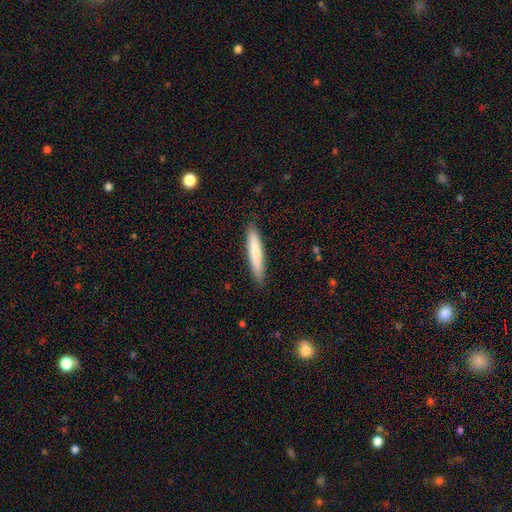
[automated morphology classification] type=smooth (76%); roundness=cigar-shaped (92%); merging=none (89%).